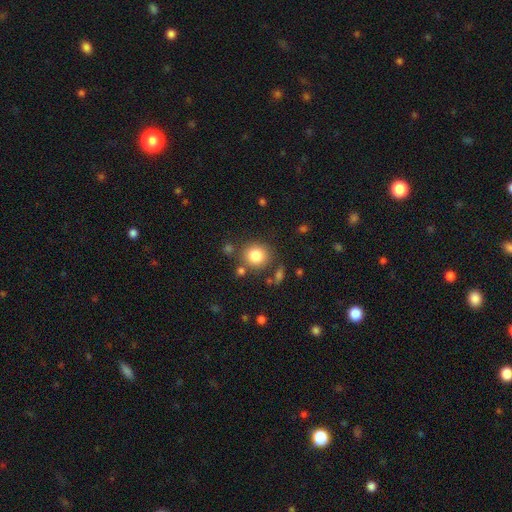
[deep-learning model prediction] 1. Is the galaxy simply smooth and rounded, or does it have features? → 82% smooth, 10% star or artifact, 7% featured or disk.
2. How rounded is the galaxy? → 88% round, 11% in between, 1% cigar-shaped.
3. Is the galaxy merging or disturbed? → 79% none, 10% minor disturbance, 7% merger, 4% major disturbance.